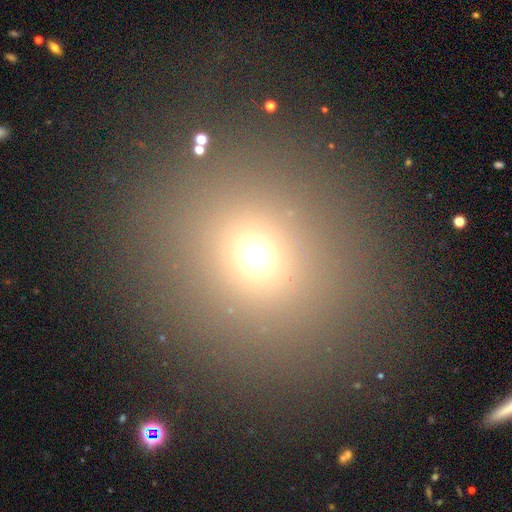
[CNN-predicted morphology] smooth_or_featured: smooth (p=0.64) [alt: star or artifact p=0.28]
how_rounded: round (p=0.84) [alt: in between p=0.14]
merging: none (p=0.85) [alt: minor disturbance p=0.07]